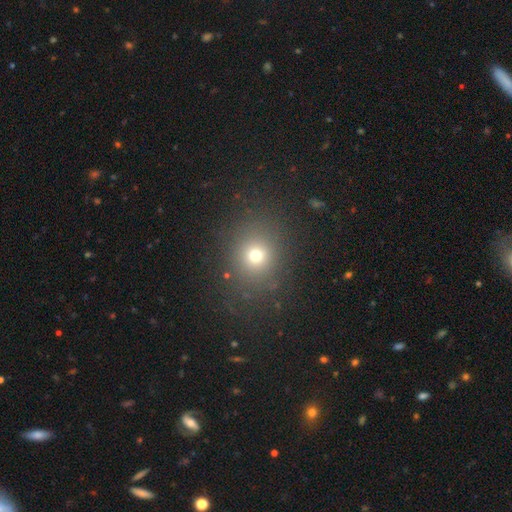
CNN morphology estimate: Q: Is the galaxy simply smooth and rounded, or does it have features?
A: smooth — 70%.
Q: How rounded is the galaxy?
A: round — 80%.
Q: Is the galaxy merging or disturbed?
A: none — 83%.